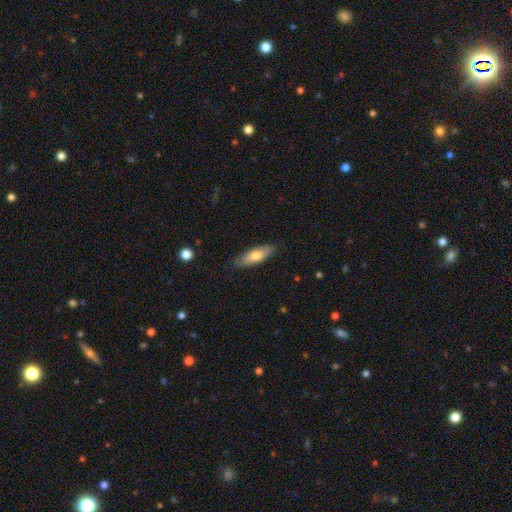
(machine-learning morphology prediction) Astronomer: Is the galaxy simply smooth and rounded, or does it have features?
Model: smooth — 71%.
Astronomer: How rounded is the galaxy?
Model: in between — 51% (runner-up: cigar-shaped, 47%).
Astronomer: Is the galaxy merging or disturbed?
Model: none — 85%.